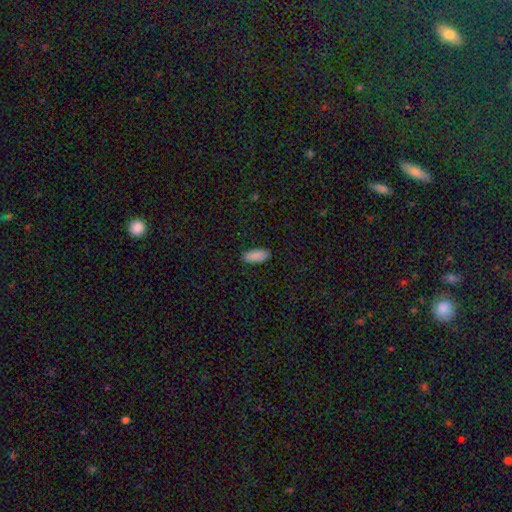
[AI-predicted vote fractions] Overall: smooth (89%). How rounded: in between (85%). Merging: none (89%).